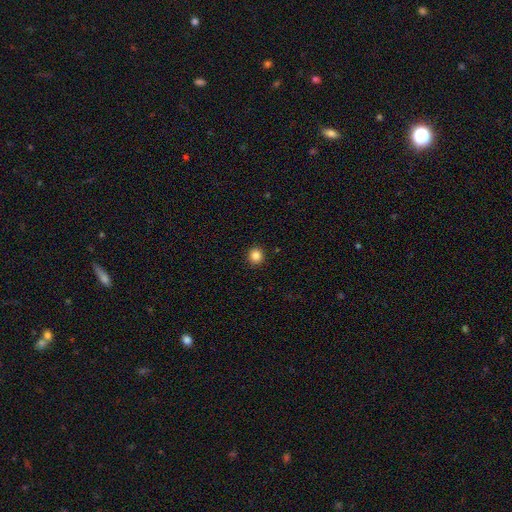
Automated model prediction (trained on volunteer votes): This appears to be a smooth galaxy with no disk features (85%) that is round (91%). Merging: none (93%).